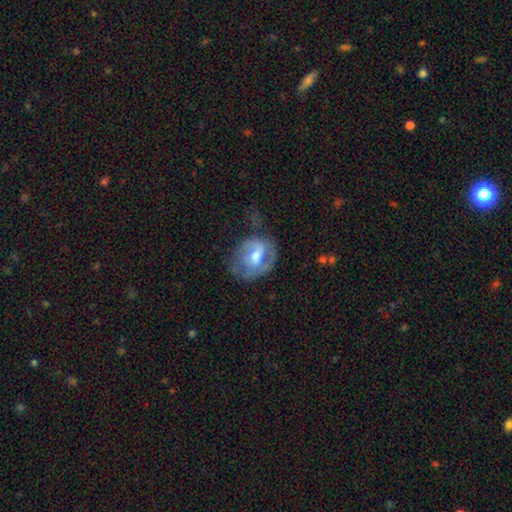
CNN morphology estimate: type=featured or disk (55%); edge-on=no (95%); bar=weak (44%); spiral arms=yes (56%); bulge=moderate (60%); merging=none (45%).